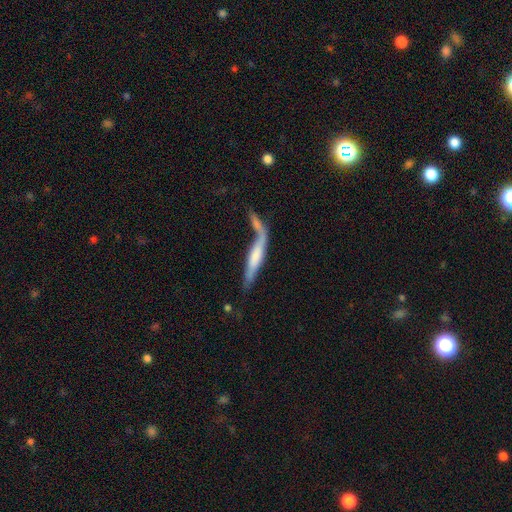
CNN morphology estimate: featured or disk 48%, smooth 46%, star or artifact 6%. Down the decision tree: merging — merger (44%).